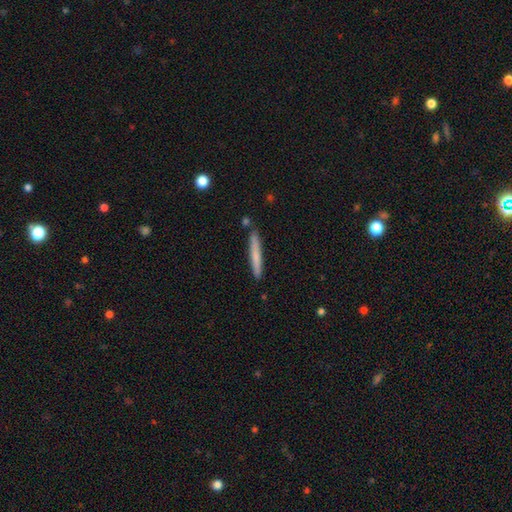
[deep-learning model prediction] Morphology: type=smooth (70%); roundness=cigar-shaped (96%); merging=none (87%).